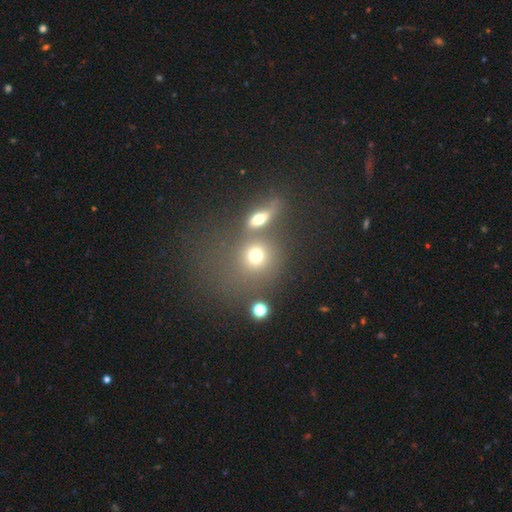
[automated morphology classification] This appears to be a smooth galaxy with no disk features (73%) that is round (75%). Merging: none (48%).